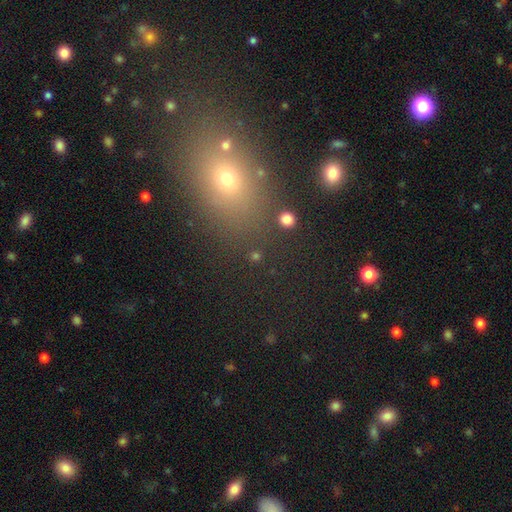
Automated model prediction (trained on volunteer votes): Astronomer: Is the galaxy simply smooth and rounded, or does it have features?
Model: smooth — 53% (runner-up: star or artifact, 35%).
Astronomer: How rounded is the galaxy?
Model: round — 65%.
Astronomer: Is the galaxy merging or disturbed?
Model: none — 77%.